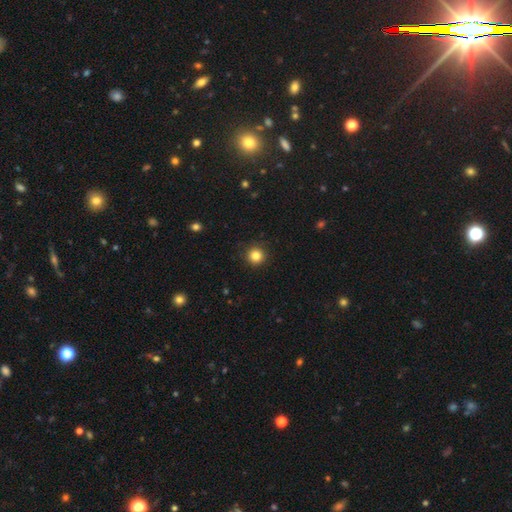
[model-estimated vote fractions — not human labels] Smooth or featured? smooth (83%)
How rounded? round (95%)
Merging? none (91%)